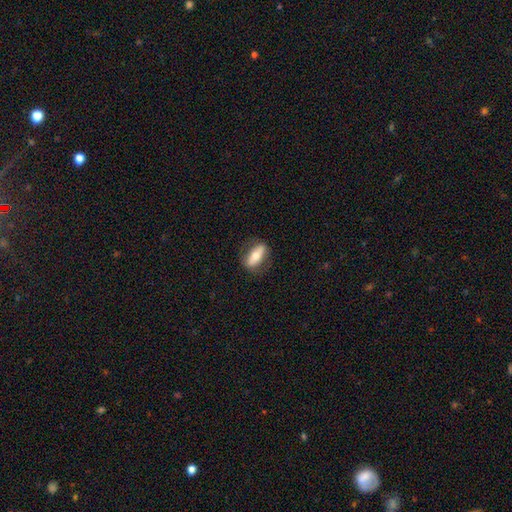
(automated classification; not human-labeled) Smooth or featured? Predicted: smooth (p=0.55). How rounded? Predicted: in between (p=0.68). Merging? Predicted: none (p=0.79).